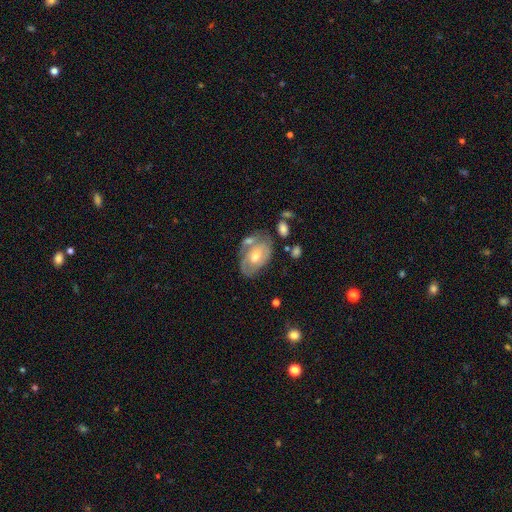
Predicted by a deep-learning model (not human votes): This is possibly a featured or disk galaxy (58%). It is clearly not viewed edge-on (93%). Bar: likely no (64%). Spiral arm pattern: possibly yes (57%). Central bulge: likely moderate (68%). Merging: possibly none (53%).